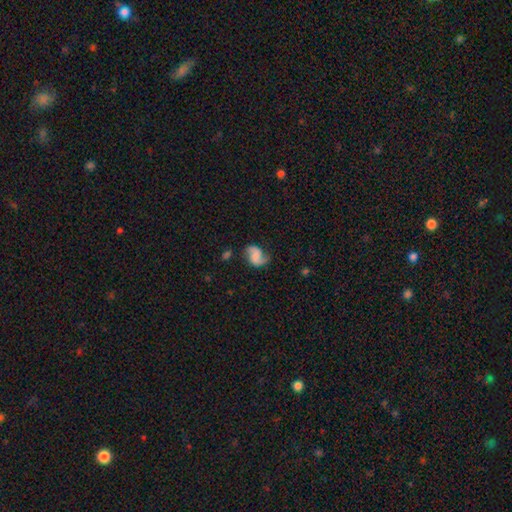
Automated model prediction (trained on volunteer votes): smooth_or_featured: featured or disk (p=0.72) [alt: smooth p=0.20]
disk_edge_on: no (p=0.98) [alt: yes p=0.02]
bar: no (p=0.50) [alt: weak p=0.37]
has_spiral_arms: yes (p=0.95) [alt: no p=0.05]
spiral_winding: loose (p=0.57) [alt: medium p=0.33]
spiral_arm_count: 2 (p=0.90) [alt: 1 p=0.05]
bulge_size: none (p=0.60) [alt: small p=0.17]
merging: none (p=0.67) [alt: minor disturbance p=0.21]